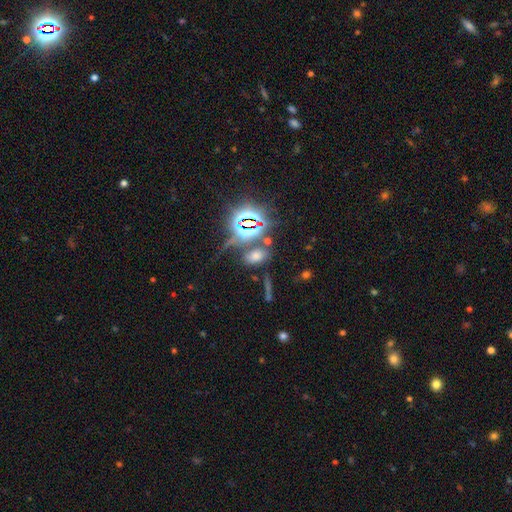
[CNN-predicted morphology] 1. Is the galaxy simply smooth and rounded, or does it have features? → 53% smooth, 38% star or artifact, 10% featured or disk.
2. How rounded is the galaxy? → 86% in between, 10% round, 4% cigar-shaped.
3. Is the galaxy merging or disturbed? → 68% none, 14% minor disturbance, 10% merger, 8% major disturbance.